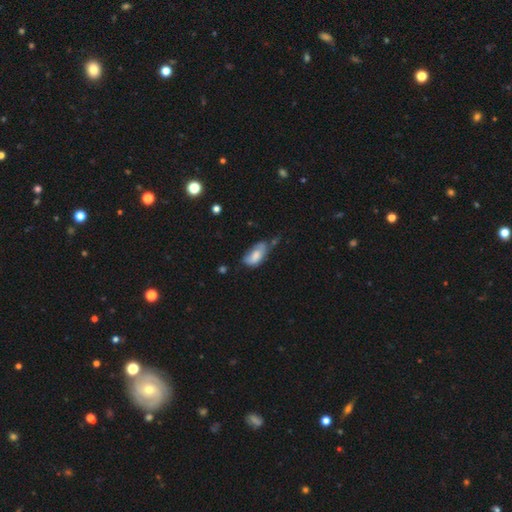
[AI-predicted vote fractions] A smooth galaxy with no disk features (69%) that is in between round and cigar-shaped (91%).

Vote fractions:
- Smooth or featured? smooth: 69% / featured or disk: 23% / star or artifact: 8%
- How rounded? in between: 91% / cigar-shaped: 5% / round: 4%
- Merging? minor disturbance: 41% / none: 30% / major disturbance: 21% / merger: 8%